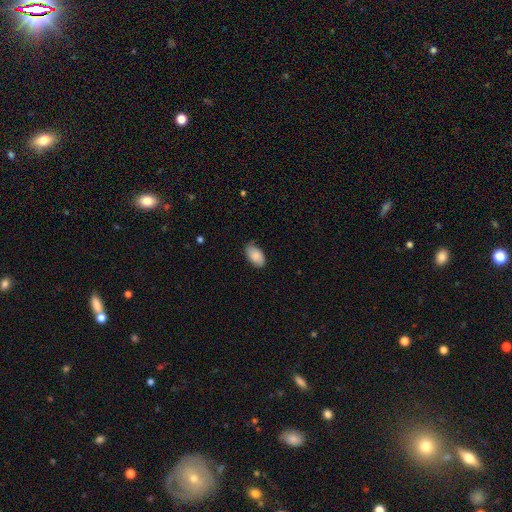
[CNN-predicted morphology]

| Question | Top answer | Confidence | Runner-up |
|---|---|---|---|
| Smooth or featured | smooth | 87% | featured or disk (7%) |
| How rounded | in between | 94% | round (4%) |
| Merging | none | 79% | minor disturbance (17%) |